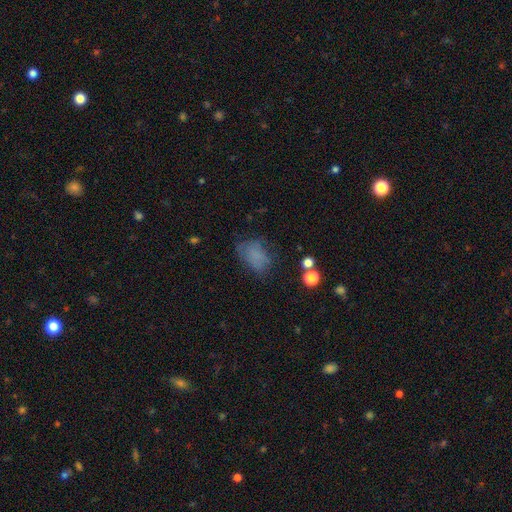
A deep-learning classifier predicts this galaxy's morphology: smooth 70%, featured or disk 15%, star or artifact 15%. Down the decision tree: how rounded — in between (79%); merging — none (53%).